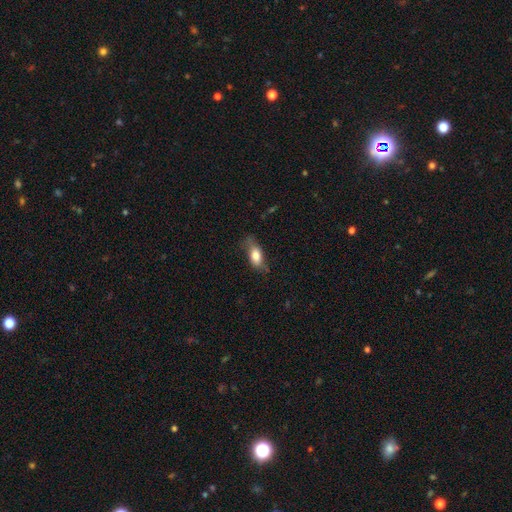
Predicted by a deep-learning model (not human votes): smooth_or_featured: smooth (p=0.75) [alt: featured or disk p=0.17]
how_rounded: in between (p=0.82) [alt: cigar-shaped p=0.12]
merging: none (p=0.57) [alt: minor disturbance p=0.29]